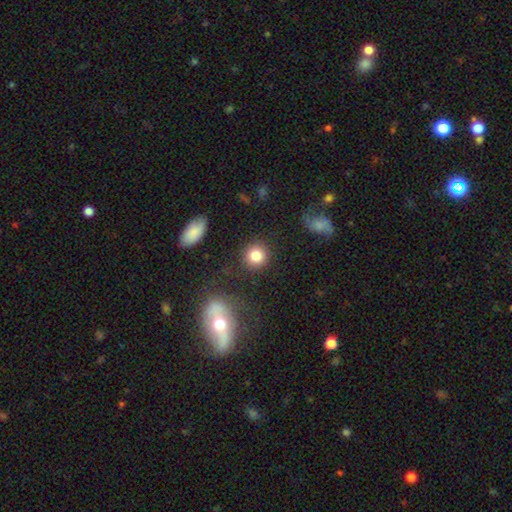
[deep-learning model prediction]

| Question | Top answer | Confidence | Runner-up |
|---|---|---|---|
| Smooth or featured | smooth | 83% | star or artifact (10%) |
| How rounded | round | 89% | in between (10%) |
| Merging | none | 87% | minor disturbance (8%) |